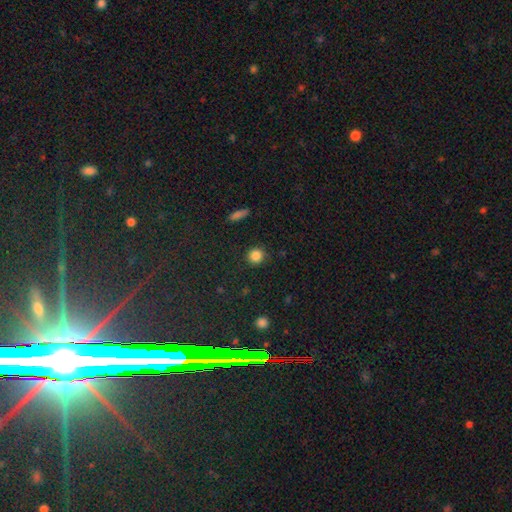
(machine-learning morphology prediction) The model was most divided on "smooth or featured": smooth: 85%, star or artifact: 11%, featured or disk: 4%. More confident: how rounded — round (92%); merging — none (89%).